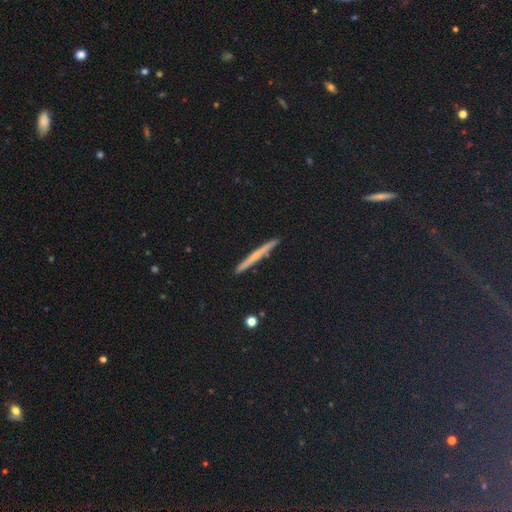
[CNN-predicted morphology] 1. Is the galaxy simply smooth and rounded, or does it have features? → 44% featured or disk, 40% smooth, 16% star or artifact.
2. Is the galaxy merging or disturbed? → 91% none, 6% minor disturbance, 1% major disturbance, 1% merger.